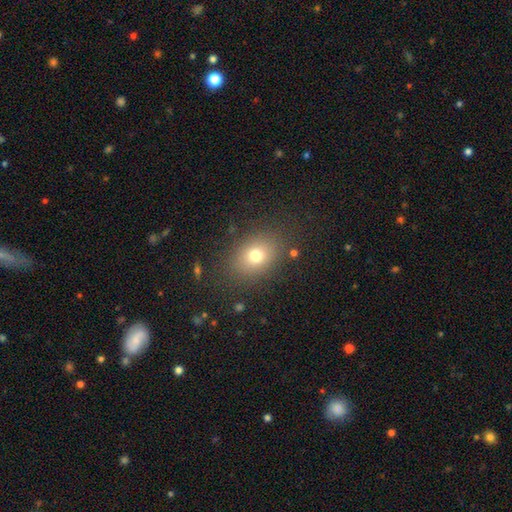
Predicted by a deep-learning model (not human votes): A smooth galaxy with no disk features (74%) that is in between round and cigar-shaped (62%).

Vote fractions:
- Smooth or featured? smooth: 74% / star or artifact: 14% / featured or disk: 13%
- How rounded? in between: 62% / round: 37% / cigar-shaped: 1%
- Merging? none: 83% / minor disturbance: 10% / major disturbance: 5% / merger: 2%